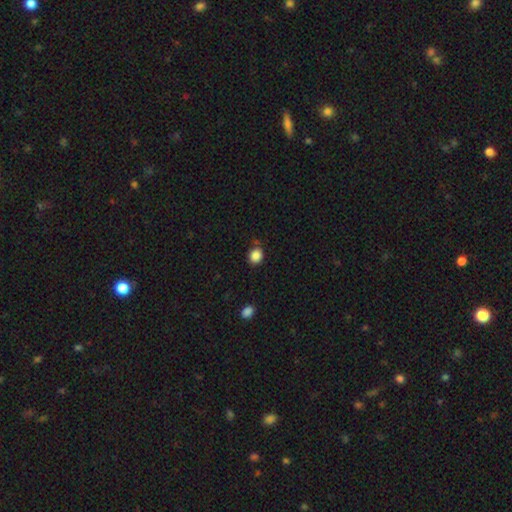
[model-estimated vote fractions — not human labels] A smooth galaxy with no disk features (86%) that is round (75%).

Vote fractions:
- Smooth or featured? smooth: 86% / star or artifact: 10% / featured or disk: 3%
- How rounded? round: 75% / in between: 24% / cigar-shaped: 1%
- Merging? none: 81% / minor disturbance: 12% / merger: 4% / major disturbance: 3%